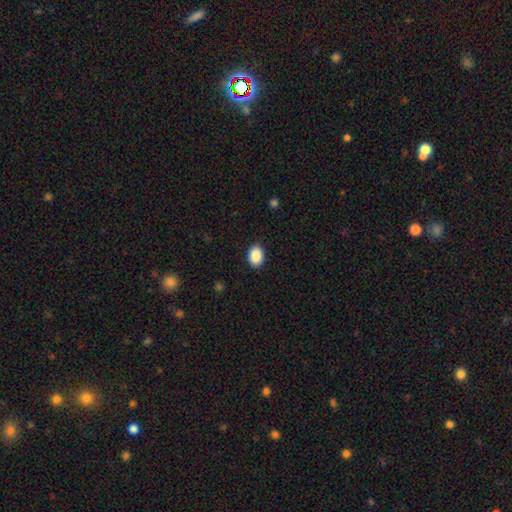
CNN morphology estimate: Smooth or featured?
  - smooth: 89% *
  - star or artifact: 8%
  - featured or disk: 3%
How rounded?
  - in between: 76% *
  - round: 23%
  - cigar-shaped: 1%
Merging?
  - none: 88% *
  - minor disturbance: 9%
  - major disturbance: 2%
  - merger: 1%